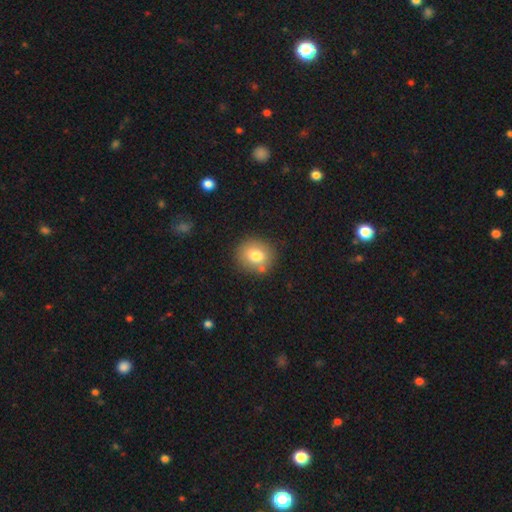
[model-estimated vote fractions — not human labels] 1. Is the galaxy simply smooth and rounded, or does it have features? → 77% smooth, 14% featured or disk, 10% star or artifact.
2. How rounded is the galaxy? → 75% round, 24% in between, 1% cigar-shaped.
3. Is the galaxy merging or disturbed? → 79% none, 12% minor disturbance, 6% merger, 3% major disturbance.